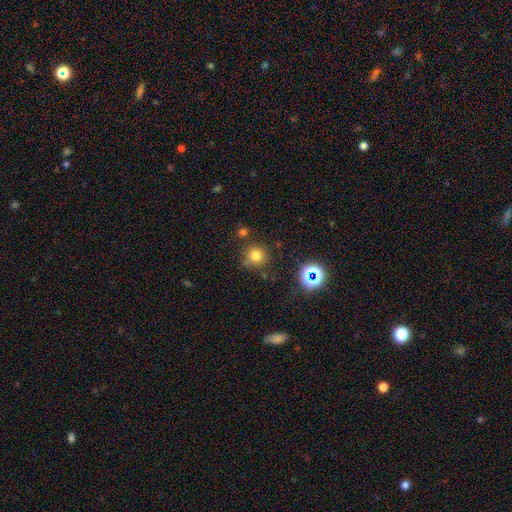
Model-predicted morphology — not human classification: Smooth or featured?
  - smooth: 74% *
  - star or artifact: 19%
  - featured or disk: 7%
How rounded?
  - round: 93% *
  - in between: 6%
  - cigar-shaped: 1%
Merging?
  - none: 79% *
  - minor disturbance: 11%
  - merger: 7%
  - major disturbance: 4%